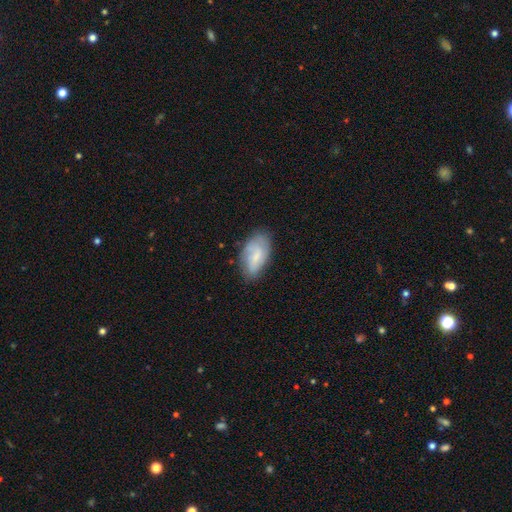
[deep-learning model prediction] smooth-or-featured: smooth: 58% | featured or disk: 35% | star or artifact: 7%
  how-rounded: in between: 92% | cigar-shaped: 4% | round: 4%
  merging: none: 68% | minor disturbance: 23% | major disturbance: 6% | merger: 2%